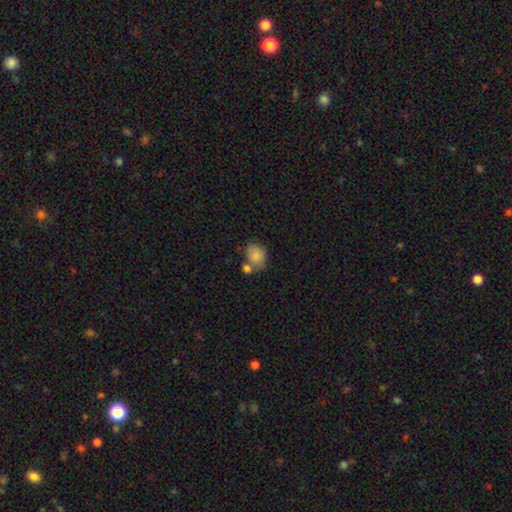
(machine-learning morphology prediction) Smooth or featured? Predicted: smooth (p=0.84). How rounded? Predicted: round (p=0.54). Merging? Predicted: none (p=0.48).